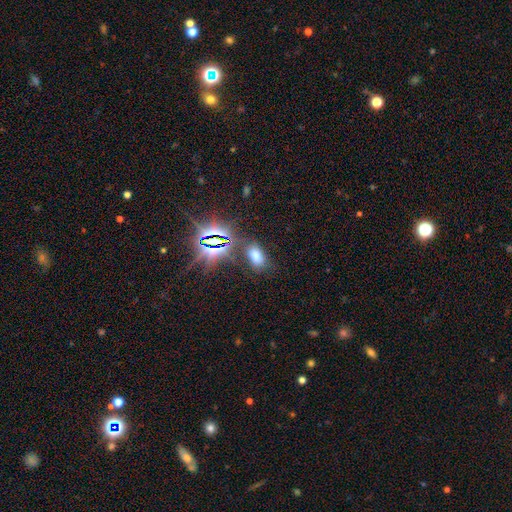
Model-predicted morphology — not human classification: smooth-or-featured: smooth: 58% | star or artifact: 34% | featured or disk: 7%
  how-rounded: in between: 91% | round: 6% | cigar-shaped: 3%
  merging: none: 72% | minor disturbance: 14% | major disturbance: 7% | merger: 6%